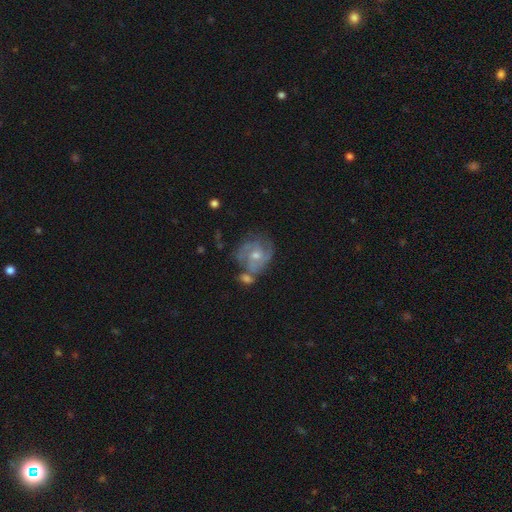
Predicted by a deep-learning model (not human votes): Smooth or featured? featured or disk (78%)
Edge-on disk? no (98%)
Bar? no (65%)
Spiral arms? yes (92%)
Spiral winding? tight (50%)
Spiral arm count? 3 (35%)
Bulge size? moderate (56%)
Merging? none (54%)